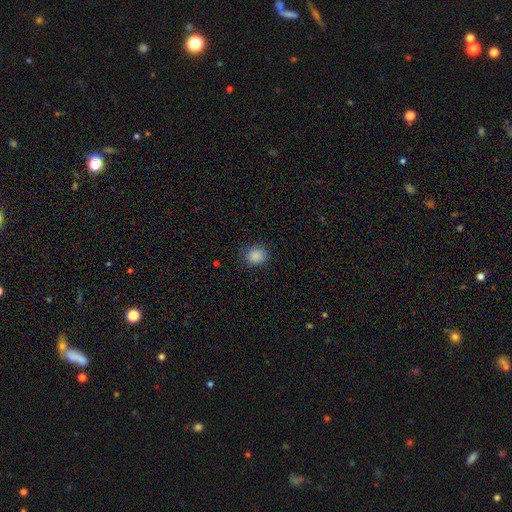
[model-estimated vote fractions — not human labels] This is clearly a smooth galaxy (87%). How rounded: likely round (65%). Merging: clearly none (80%).